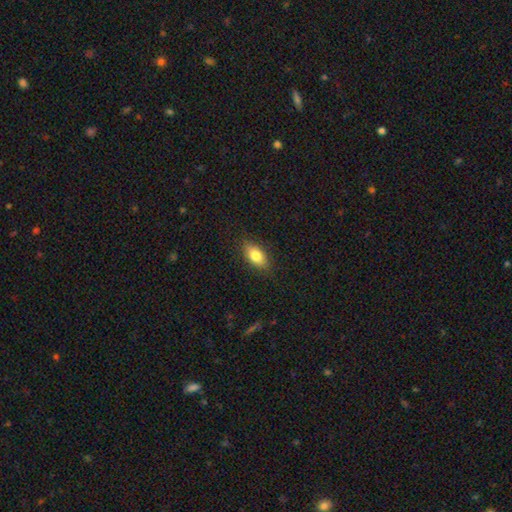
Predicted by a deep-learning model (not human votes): A smooth galaxy with no disk features (79%) that is in between round and cigar-shaped (87%). Merging: none (85%).